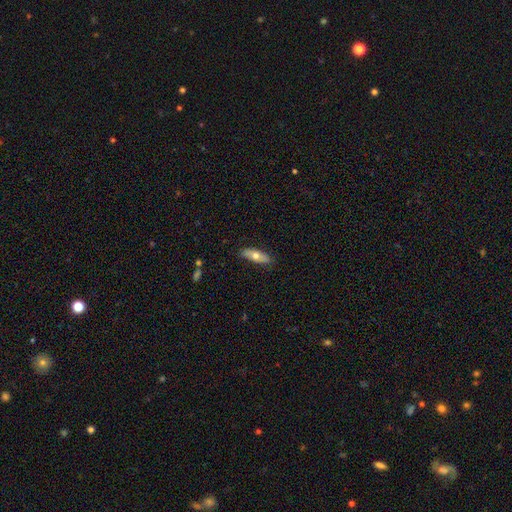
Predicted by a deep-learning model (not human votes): This is likely a smooth galaxy (62%). How rounded: likely in between (64%). Merging: clearly none (83%).